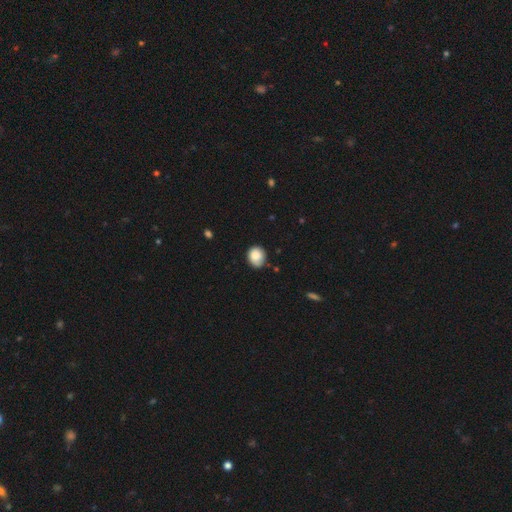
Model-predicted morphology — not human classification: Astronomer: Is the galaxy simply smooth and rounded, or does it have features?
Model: smooth — 85%.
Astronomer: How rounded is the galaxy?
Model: round — 69%.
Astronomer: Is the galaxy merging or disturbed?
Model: none — 70%.